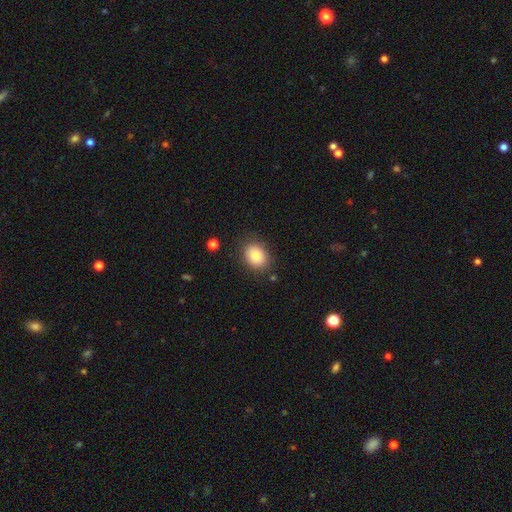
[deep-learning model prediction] Overall: smooth (83%). How rounded: in between (57%; round 42%). Merging: none (84%).